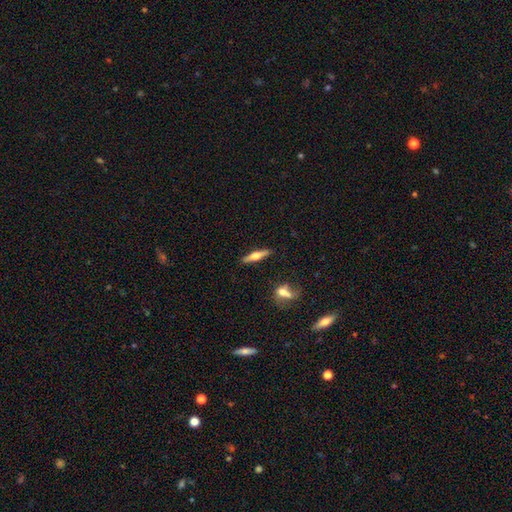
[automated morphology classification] Smooth or featured? Predicted: featured or disk (p=0.50). Merging? Predicted: none (p=0.86).